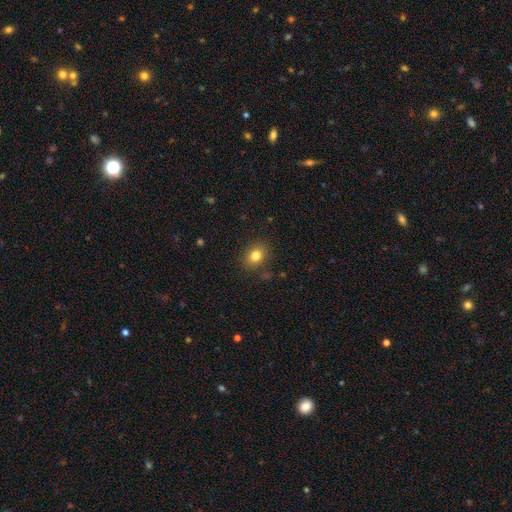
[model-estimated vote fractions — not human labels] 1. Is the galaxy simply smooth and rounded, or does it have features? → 81% smooth, 11% star or artifact, 8% featured or disk.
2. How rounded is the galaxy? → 52% in between, 47% round, 1% cigar-shaped.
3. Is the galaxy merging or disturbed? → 85% none, 10% minor disturbance, 3% major disturbance, 2% merger.